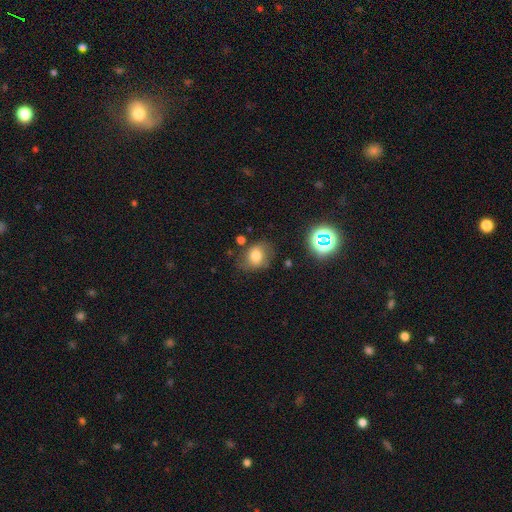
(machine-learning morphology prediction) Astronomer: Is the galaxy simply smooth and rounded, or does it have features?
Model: smooth — 70%.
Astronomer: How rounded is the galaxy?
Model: round — 50% (runner-up: in between, 49%).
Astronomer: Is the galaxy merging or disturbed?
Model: none — 62%.